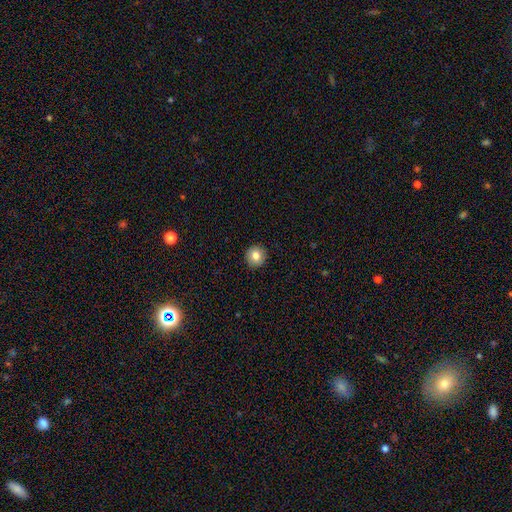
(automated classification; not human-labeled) Smooth or featured?
  - smooth: 82% *
  - featured or disk: 9%
  - star or artifact: 9%
How rounded?
  - round: 92% *
  - in between: 7%
  - cigar-shaped: 1%
Merging?
  - none: 92% *
  - minor disturbance: 6%
  - major disturbance: 2%
  - merger: 1%